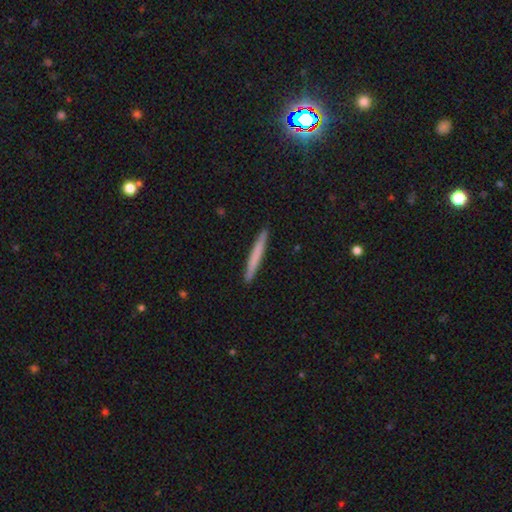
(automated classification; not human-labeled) Smooth or featured: smooth — 68% (featured or disk — 26%)
How rounded: cigar-shaped — 97% (in between — 2%)
Merging: none — 92% (minor disturbance — 6%)